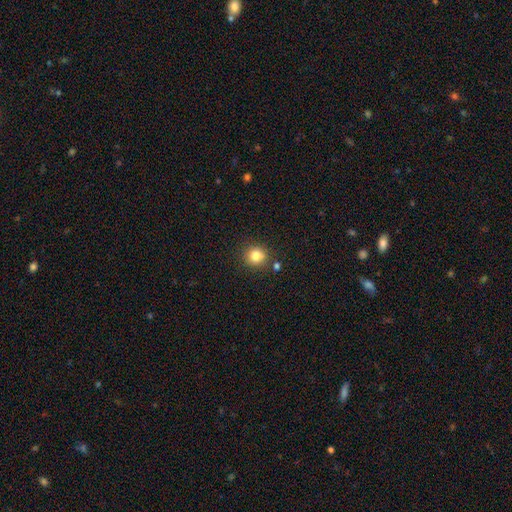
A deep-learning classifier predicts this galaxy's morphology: smooth_or_featured: smooth (p=0.82) [alt: star or artifact p=0.12]
how_rounded: round (p=0.88) [alt: in between p=0.11]
merging: none (p=0.82) [alt: minor disturbance p=0.09]